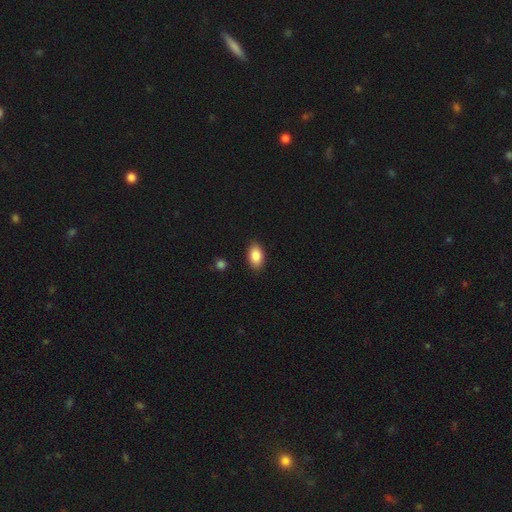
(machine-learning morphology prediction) Smooth or featured? smooth (87%)
How rounded? in between (91%)
Merging? none (87%)